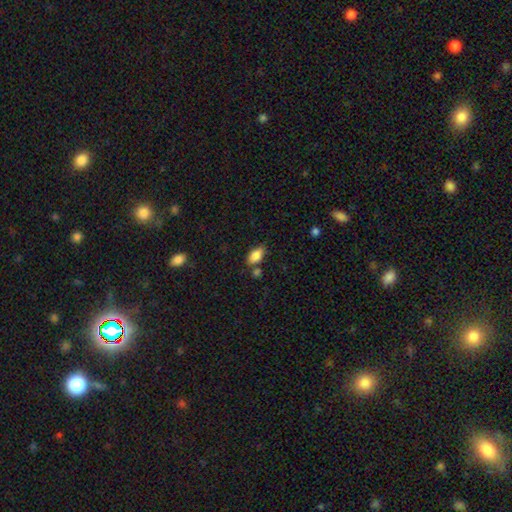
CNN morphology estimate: Smooth or featured?
  - smooth: 84% *
  - featured or disk: 8%
  - star or artifact: 8%
How rounded?
  - in between: 91% *
  - round: 6%
  - cigar-shaped: 3%
Merging?
  - none: 68% *
  - minor disturbance: 17%
  - merger: 11%
  - major disturbance: 4%